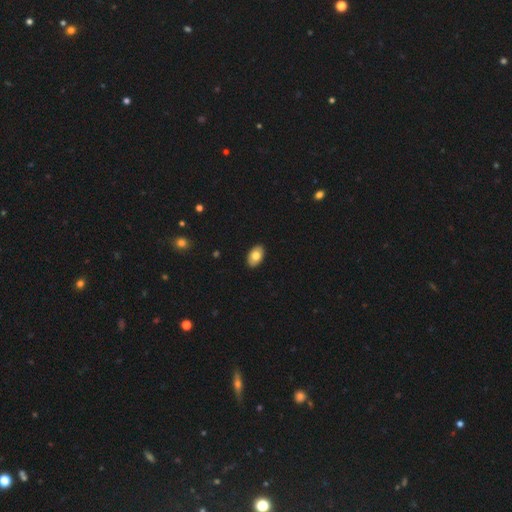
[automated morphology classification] A smooth galaxy with no disk features (78%) that is in between round and cigar-shaped (92%). Merging: none (90%).